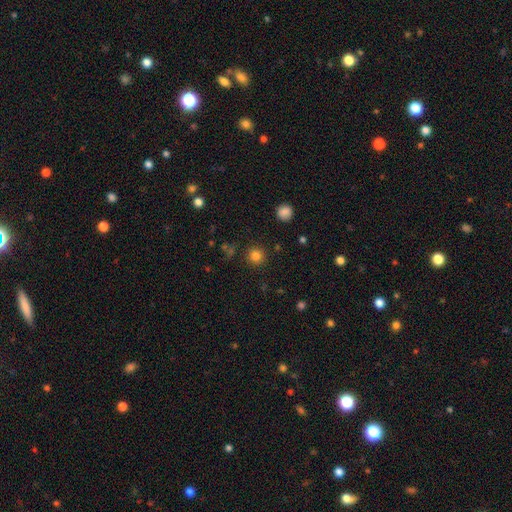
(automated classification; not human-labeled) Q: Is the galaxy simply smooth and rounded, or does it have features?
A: smooth — 82%.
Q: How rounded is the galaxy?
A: round — 94%.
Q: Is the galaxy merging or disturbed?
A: none — 89%.